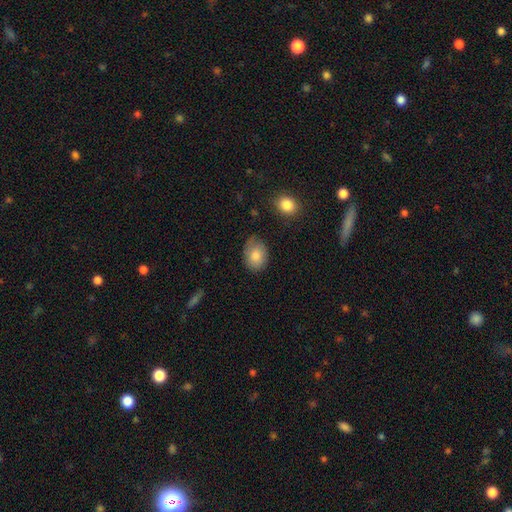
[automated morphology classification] This is clearly a smooth galaxy (83%). How rounded: likely in between (72%). Merging: likely none (63%).